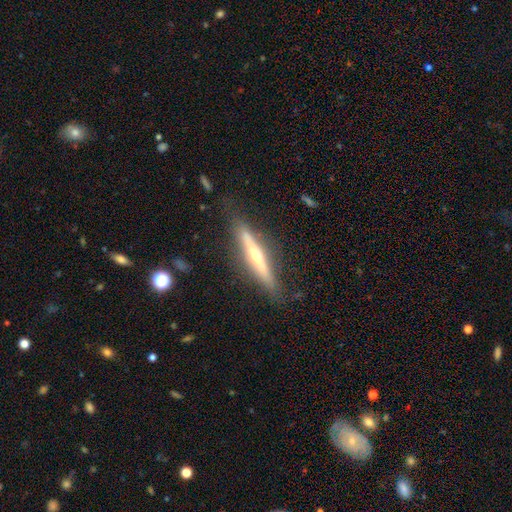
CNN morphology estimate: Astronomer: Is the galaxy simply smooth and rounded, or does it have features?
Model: featured or disk — 71%.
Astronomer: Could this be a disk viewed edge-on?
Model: yes — 94%.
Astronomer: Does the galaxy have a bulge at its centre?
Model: rounded — 87%.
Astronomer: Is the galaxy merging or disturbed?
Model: none — 83%.